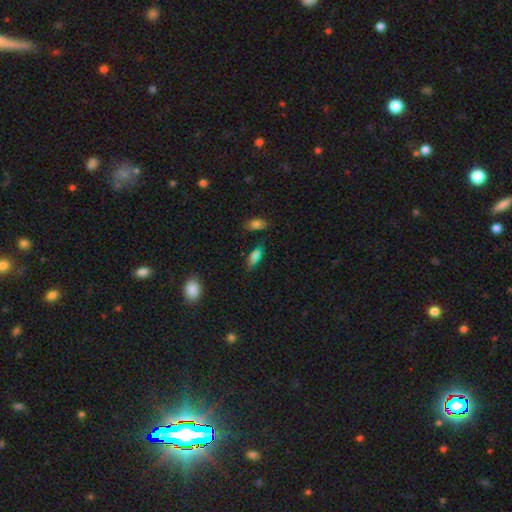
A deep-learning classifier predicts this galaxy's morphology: Overall: smooth (76%). How rounded: in between (74%). Merging: none (69%).